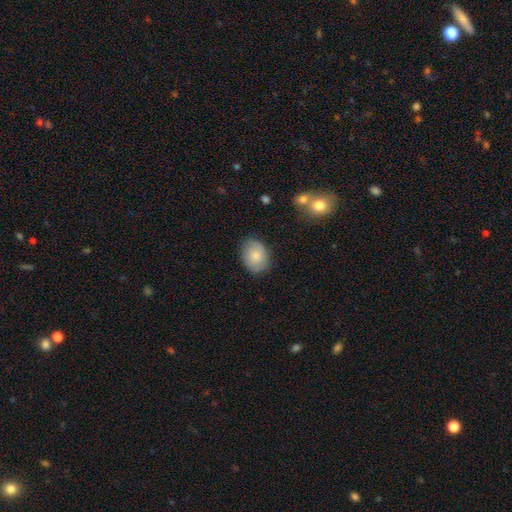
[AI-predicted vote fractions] The model was most divided on "how rounded": in between: 62%, round: 37%, cigar-shaped: 1%. More confident: merging — none (80%); smooth or featured — smooth (78%).